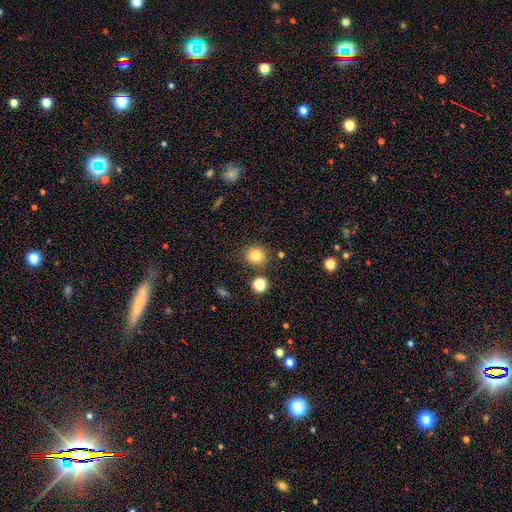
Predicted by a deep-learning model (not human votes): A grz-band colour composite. It shows a smooth galaxy with no disk features (82%) that is round (85%). Merging: none (83%).